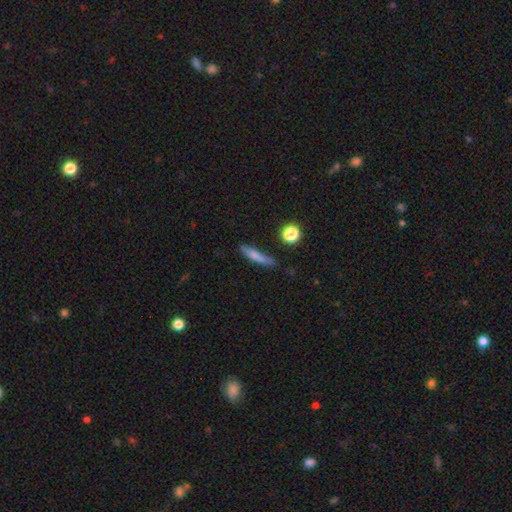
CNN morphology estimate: A smooth galaxy with no disk features (70%) that is cigar-shaped (86%).

Vote fractions:
- Smooth or featured? smooth: 70% / featured or disk: 21% / star or artifact: 9%
- How rounded? cigar-shaped: 86% / in between: 10% / round: 4%
- Merging? none: 66% / minor disturbance: 23% / major disturbance: 6% / merger: 4%